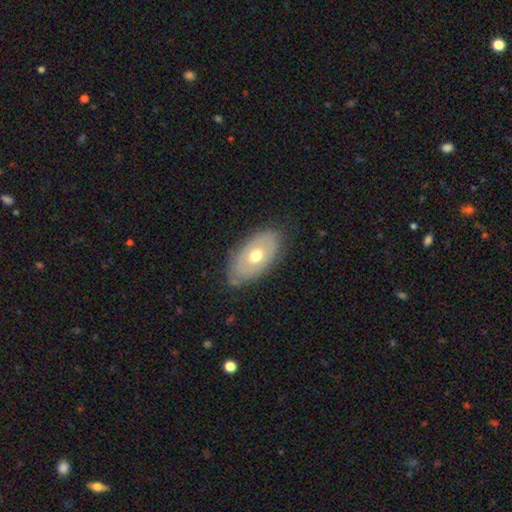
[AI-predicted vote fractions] Smooth or featured?
  - smooth: 54% *
  - featured or disk: 40%
  - star or artifact: 6%
How rounded?
  - in between: 91% *
  - round: 7%
  - cigar-shaped: 2%
Merging?
  - none: 75% *
  - minor disturbance: 19%
  - major disturbance: 4%
  - merger: 1%